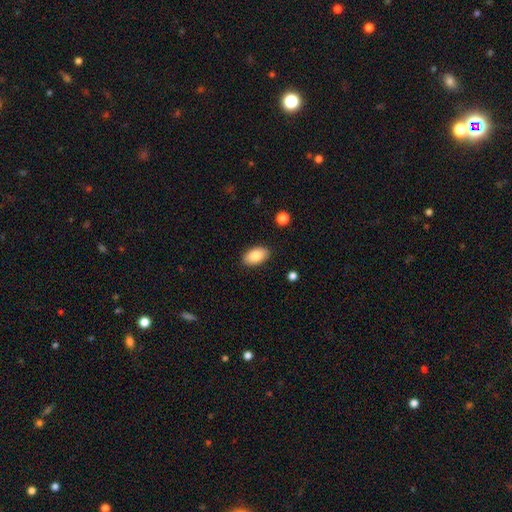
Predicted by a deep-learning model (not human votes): Smooth or featured?
  - smooth: 86% *
  - featured or disk: 7%
  - star or artifact: 7%
How rounded?
  - in between: 94% *
  - round: 5%
  - cigar-shaped: 2%
Merging?
  - none: 88% *
  - minor disturbance: 9%
  - major disturbance: 2%
  - merger: 1%